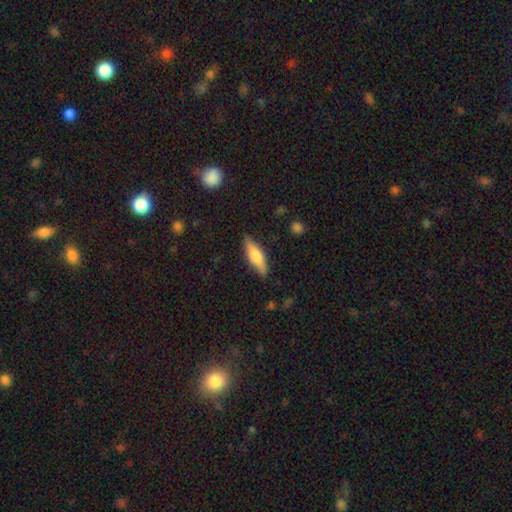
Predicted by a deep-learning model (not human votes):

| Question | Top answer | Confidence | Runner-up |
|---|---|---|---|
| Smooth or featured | smooth | 58% | featured or disk (35%) |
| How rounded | cigar-shaped | 53% | in between (45%) |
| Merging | none | 86% | minor disturbance (11%) |